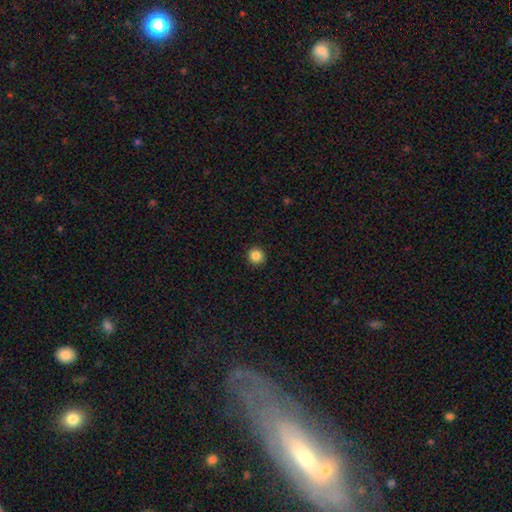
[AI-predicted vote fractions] The model was most divided on "smooth or featured": smooth: 86%, star or artifact: 10%, featured or disk: 3%. More confident: how rounded — round (95%); merging — none (93%).